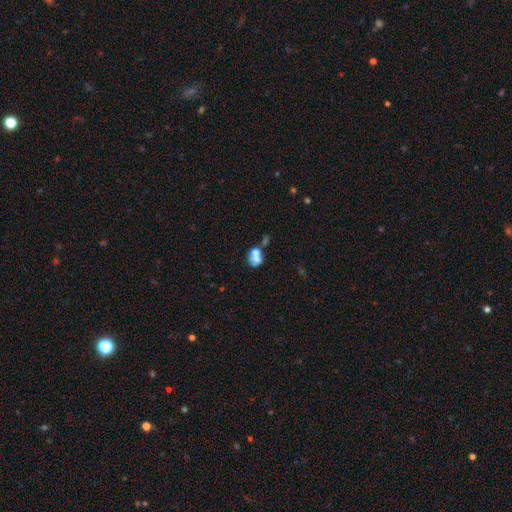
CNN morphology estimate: Overall: smooth (58%; featured or disk 30%). How rounded: in between (58%; round 40%). Merging: merger (62%).